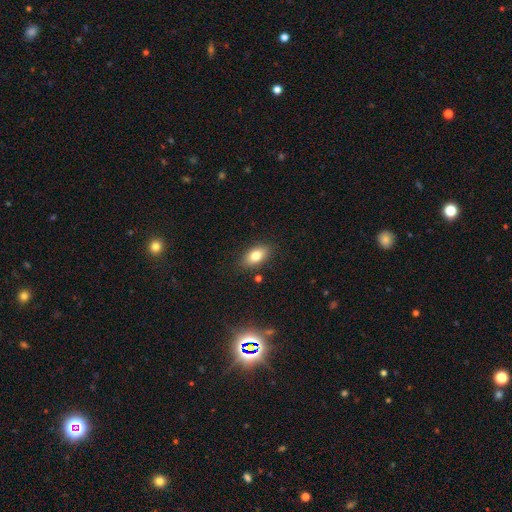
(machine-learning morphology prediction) Overall: smooth (79%). How rounded: in between (89%). Merging: none (85%).